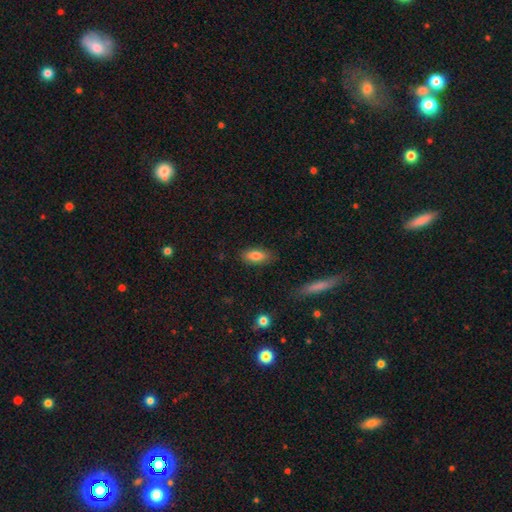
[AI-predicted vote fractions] Smooth or featured?
  - smooth: 81% *
  - featured or disk: 12%
  - star or artifact: 7%
How rounded?
  - in between: 84% *
  - cigar-shaped: 13%
  - round: 3%
Merging?
  - none: 85% *
  - minor disturbance: 11%
  - major disturbance: 2%
  - merger: 2%